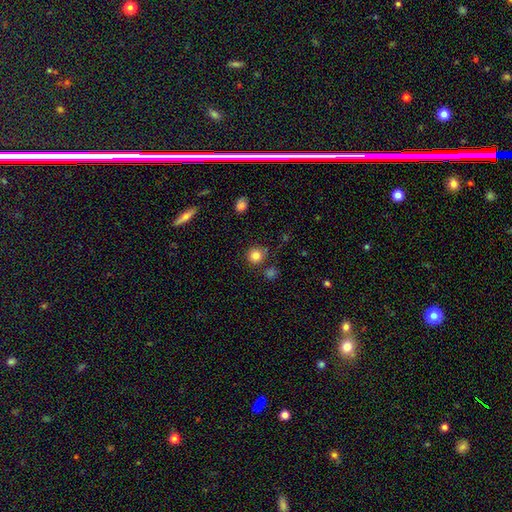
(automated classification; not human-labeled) This appears to be a smooth galaxy with no disk features (83%) that is round (92%). Merging: none (81%).